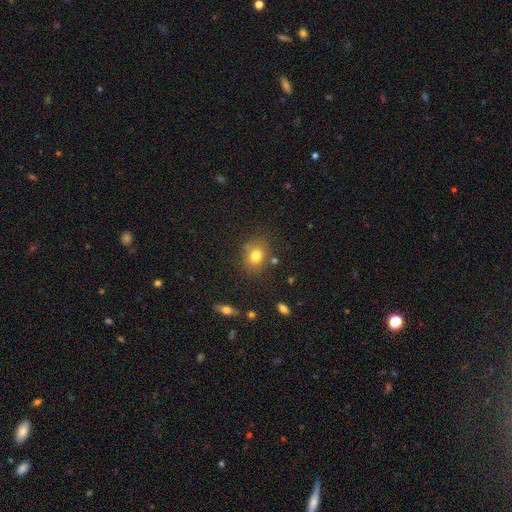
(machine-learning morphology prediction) type=smooth (76%); roundness=round (54%); merging=none (77%).